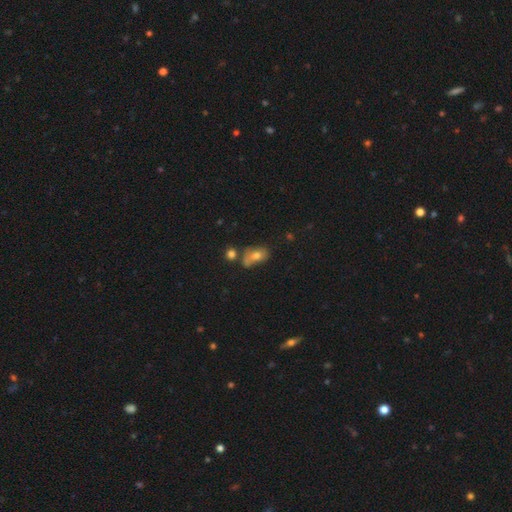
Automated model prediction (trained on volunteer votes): This appears to be a smooth galaxy with no disk features (63%) that is in between round and cigar-shaped (80%). Merging: none (40%).